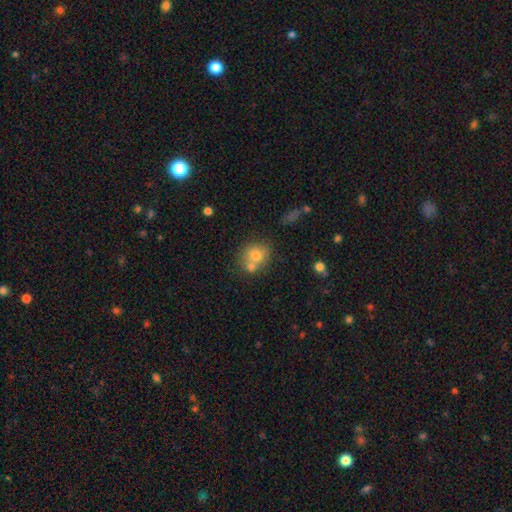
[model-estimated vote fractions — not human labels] Q: Smooth or featured?
A: smooth (72%); runner-up: featured or disk (17%)
Q: How rounded?
A: round (71%); runner-up: in between (28%)
Q: Merging?
A: none (45%); runner-up: merger (40%)